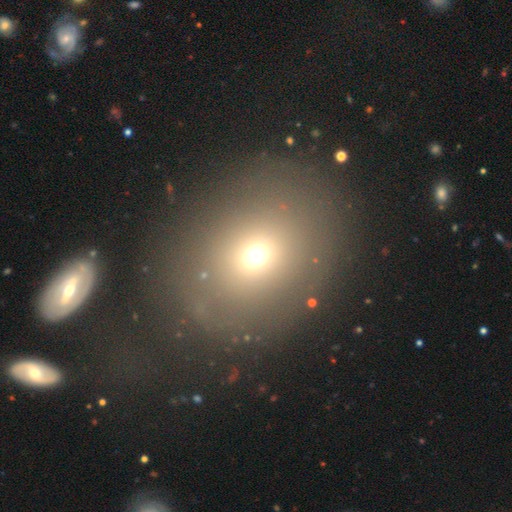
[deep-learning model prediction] smooth-or-featured: smooth: 64% | star or artifact: 21% | featured or disk: 15%
  how-rounded: round: 59% | in between: 40% | cigar-shaped: 1%
  merging: none: 75% | minor disturbance: 12% | major disturbance: 8% | merger: 5%